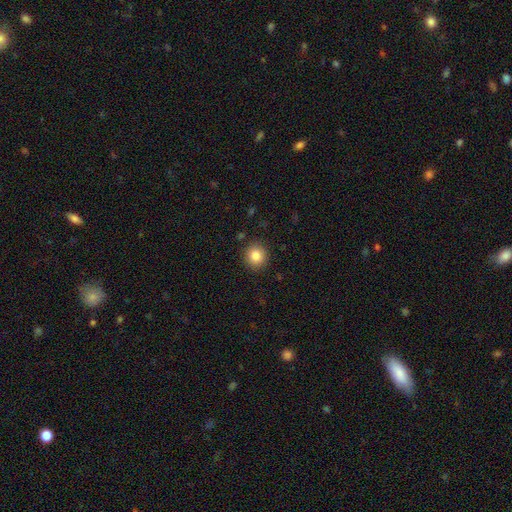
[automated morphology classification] Smooth or featured?
  - smooth: 85% *
  - star or artifact: 10%
  - featured or disk: 6%
How rounded?
  - round: 90% *
  - in between: 9%
  - cigar-shaped: 1%
Merging?
  - none: 90% *
  - minor disturbance: 7%
  - major disturbance: 2%
  - merger: 1%